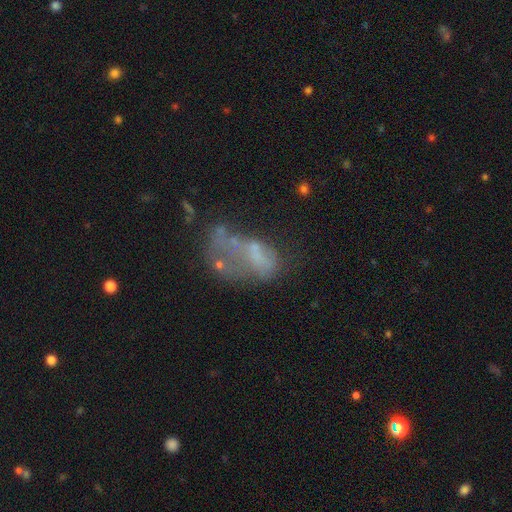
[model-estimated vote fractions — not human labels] The model was most divided on "merging": major disturbance: 37%, none: 25%, merger: 22%, minor disturbance: 17%. Remaining: smooth or featured — featured or disk (47%).